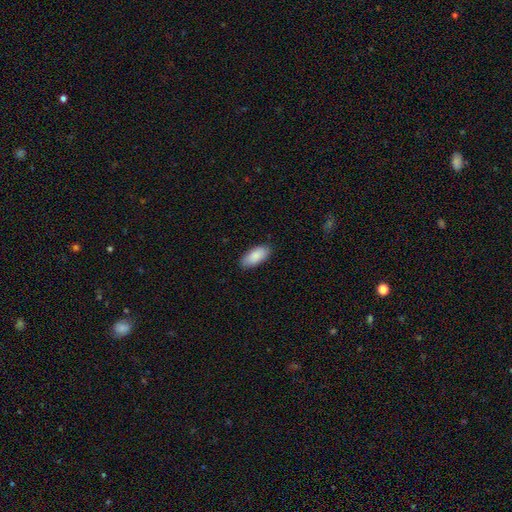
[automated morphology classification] smooth_or_featured: smooth (p=0.89) [alt: featured or disk p=0.06]
how_rounded: in between (p=0.90) [alt: cigar-shaped p=0.08]
merging: none (p=0.85) [alt: minor disturbance p=0.11]